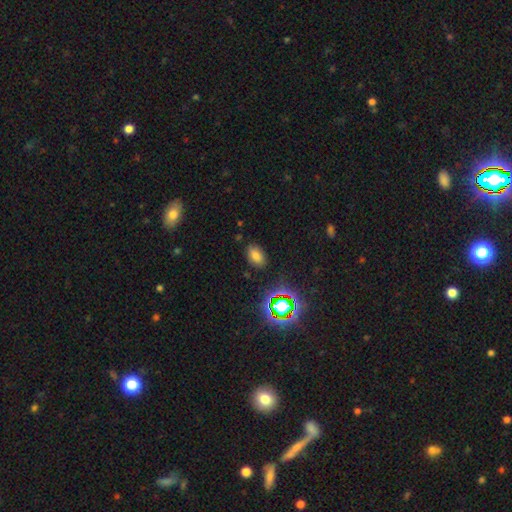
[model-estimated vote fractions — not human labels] Morphology: type=smooth (68%); roundness=in between (87%); merging=none (84%).